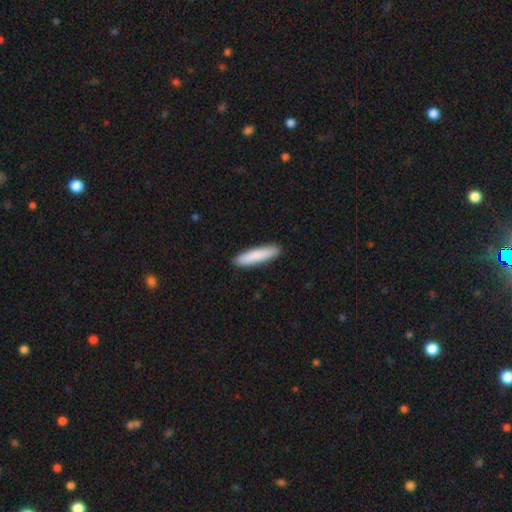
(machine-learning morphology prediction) Q: Smooth or featured?
A: smooth (86%); runner-up: featured or disk (9%)
Q: How rounded?
A: cigar-shaped (83%); runner-up: in between (16%)
Q: Merging?
A: none (91%); runner-up: minor disturbance (7%)